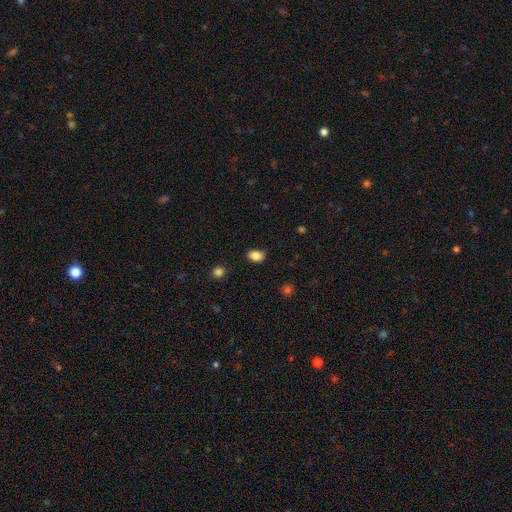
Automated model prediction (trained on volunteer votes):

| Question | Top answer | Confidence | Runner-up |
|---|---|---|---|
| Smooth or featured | smooth | 86% | star or artifact (10%) |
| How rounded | in between | 69% | round (30%) |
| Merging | none | 81% | minor disturbance (15%) |